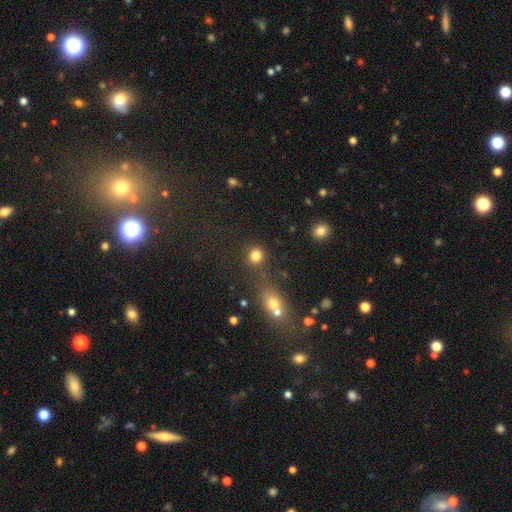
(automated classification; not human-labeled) smooth 81%, star or artifact 13%, featured or disk 6%. Down the decision tree: how rounded — round (86%); merging — none (75%).